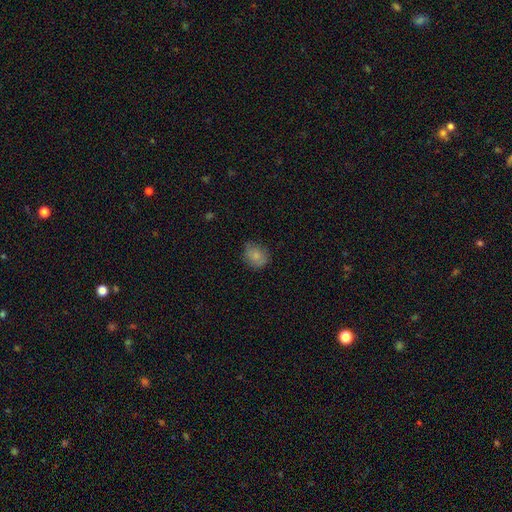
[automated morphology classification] Q: Smooth or featured?
A: smooth (80%); runner-up: featured or disk (11%)
Q: How rounded?
A: round (63%); runner-up: in between (36%)
Q: Merging?
A: none (73%); runner-up: minor disturbance (22%)